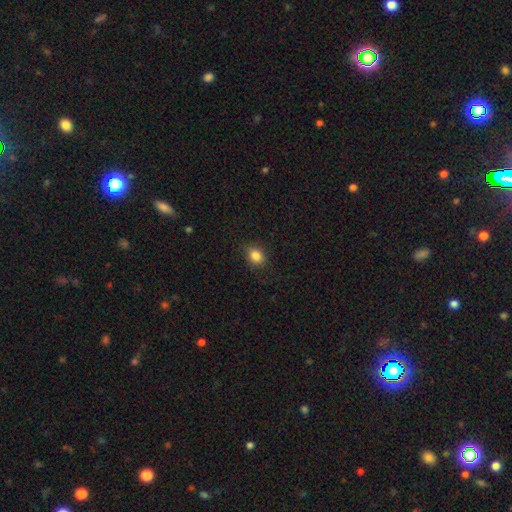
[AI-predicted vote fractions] A smooth galaxy with no disk features (85%) that is round (52%).

Vote fractions:
- Smooth or featured? smooth: 85% / star or artifact: 10% / featured or disk: 5%
- How rounded? round: 52% / in between: 47% / cigar-shaped: 1%
- Merging? none: 84% / minor disturbance: 12% / major disturbance: 3% / merger: 1%